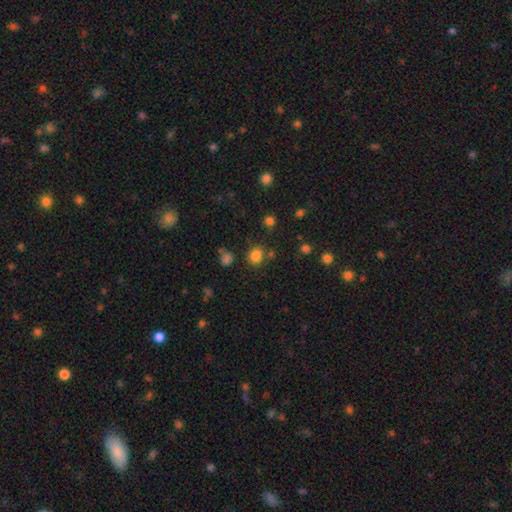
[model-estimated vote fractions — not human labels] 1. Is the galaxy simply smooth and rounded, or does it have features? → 80% smooth, 15% star or artifact, 5% featured or disk.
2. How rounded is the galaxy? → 67% round, 32% in between, 1% cigar-shaped.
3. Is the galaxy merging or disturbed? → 75% none, 12% minor disturbance, 8% merger, 5% major disturbance.